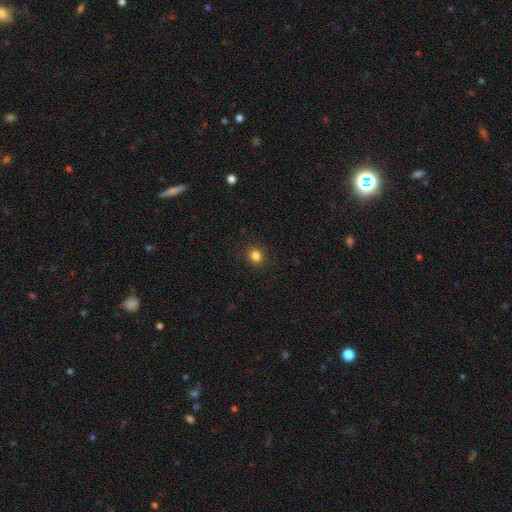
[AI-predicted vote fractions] Smooth or featured: smooth — 83% (star or artifact — 13%)
How rounded: round — 81% (in between — 18%)
Merging: none — 90% (minor disturbance — 7%)